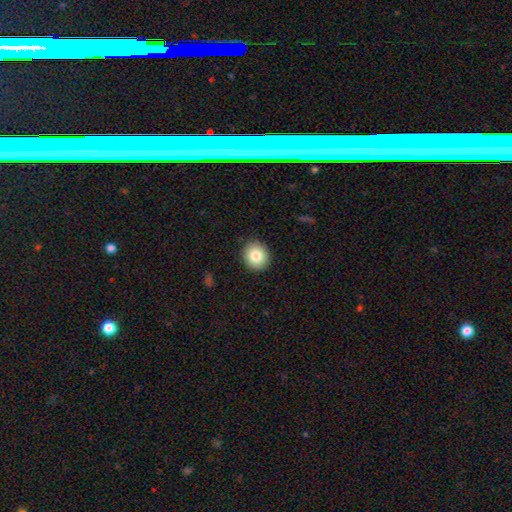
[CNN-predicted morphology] A smooth galaxy with no disk features (83%) that is round (84%). Merging: none (90%).